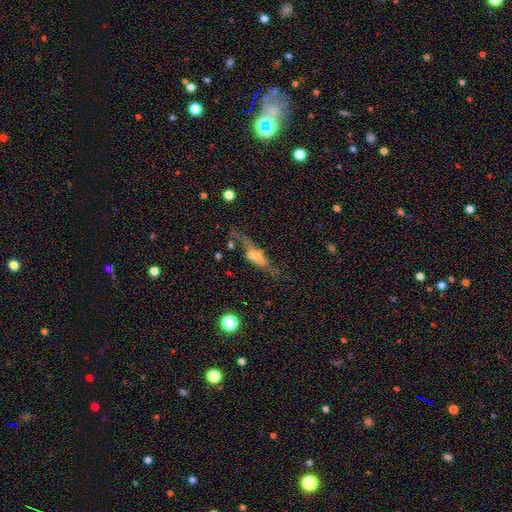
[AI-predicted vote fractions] A featured or disk galaxy (53%).

Vote fractions:
- Smooth or featured? featured or disk: 53% / smooth: 36% / star or artifact: 11%
- Edge-on disk? no: 51% / yes: 49%
- Merging? none: 38% / major disturbance: 23% / minor disturbance: 20% / merger: 19%